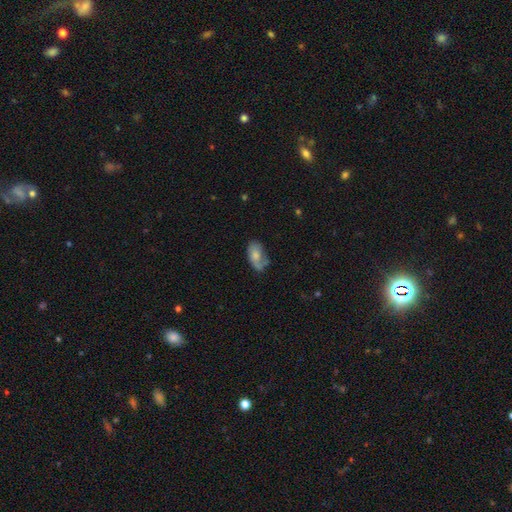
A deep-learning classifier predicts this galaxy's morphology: This appears to be a smooth galaxy with no disk features (59%) that is in between round and cigar-shaped (92%). Merging: none (46%).